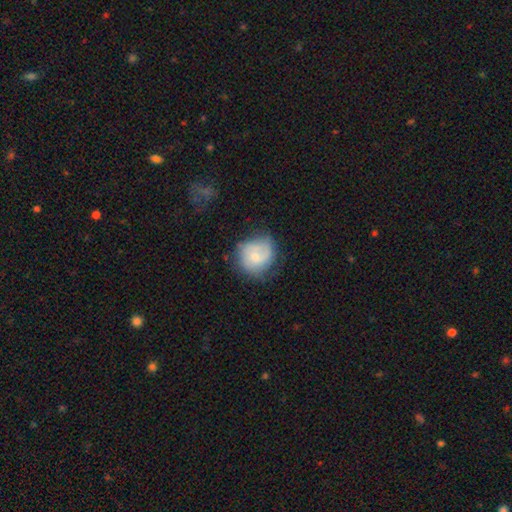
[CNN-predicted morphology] A smooth galaxy with no disk features (47%).

Vote fractions:
- Smooth or featured? smooth: 47% / featured or disk: 45% / star or artifact: 7%
- Merging? none: 59% / minor disturbance: 26% / major disturbance: 12% / merger: 3%